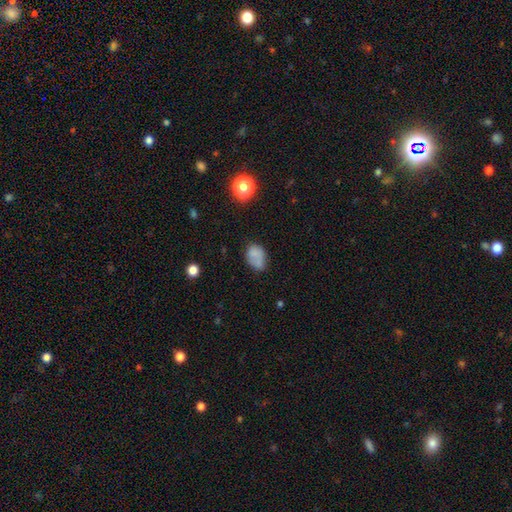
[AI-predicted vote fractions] This is likely a smooth galaxy (74%). How rounded: likely in between (74%). Merging: possibly none (48%).